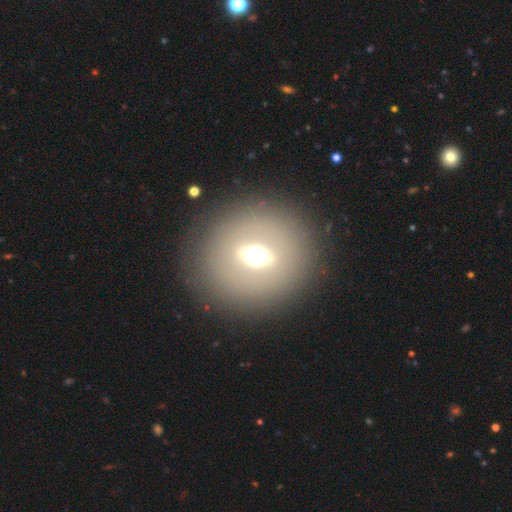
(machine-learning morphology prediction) smooth-or-featured: featured or disk: 44% | smooth: 39% | star or artifact: 17%
  merging: none: 86% | minor disturbance: 7% | major disturbance: 5% | merger: 2%